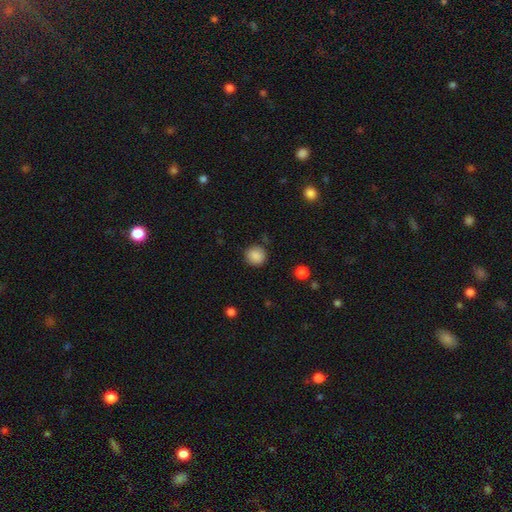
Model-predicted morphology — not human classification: This appears to be a smooth galaxy with no disk features (88%) that is round (91%). Merging: none (86%).